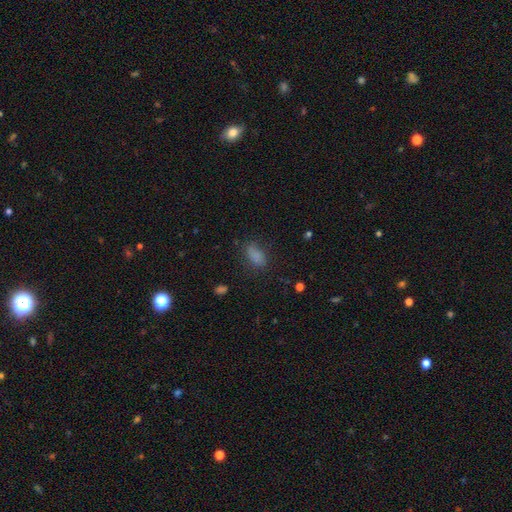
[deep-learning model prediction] Q: Smooth or featured?
A: smooth (82%); runner-up: star or artifact (12%)
Q: How rounded?
A: in between (89%); runner-up: round (6%)
Q: Merging?
A: none (71%); runner-up: minor disturbance (19%)